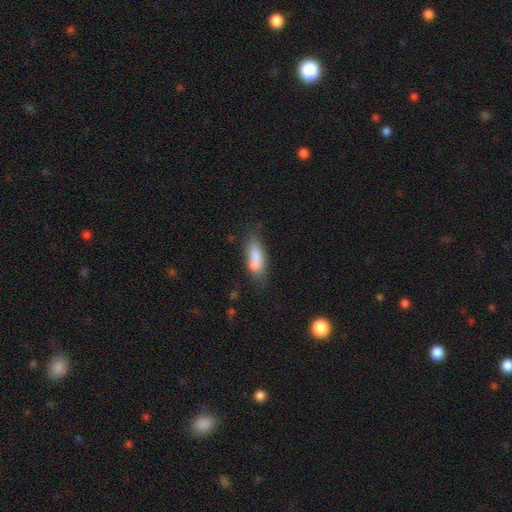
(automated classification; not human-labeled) smooth-or-featured: smooth: 74% | featured or disk: 18% | star or artifact: 9%
  how-rounded: in between: 69% | cigar-shaped: 27% | round: 4%
  merging: none: 46% | merger: 25% | minor disturbance: 21% | major disturbance: 8%